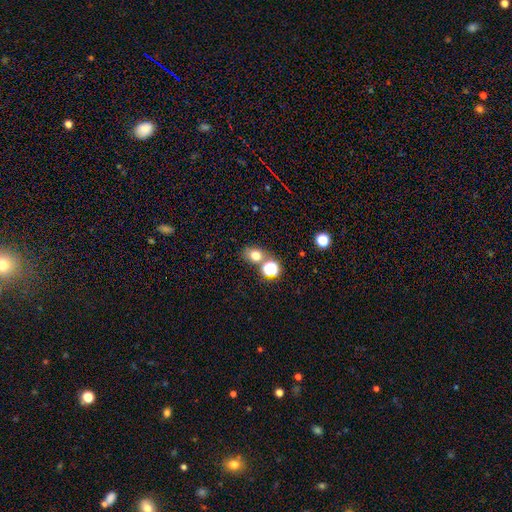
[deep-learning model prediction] This is likely a smooth galaxy (73%). How rounded: likely round (63%). Merging: likely none (65%).